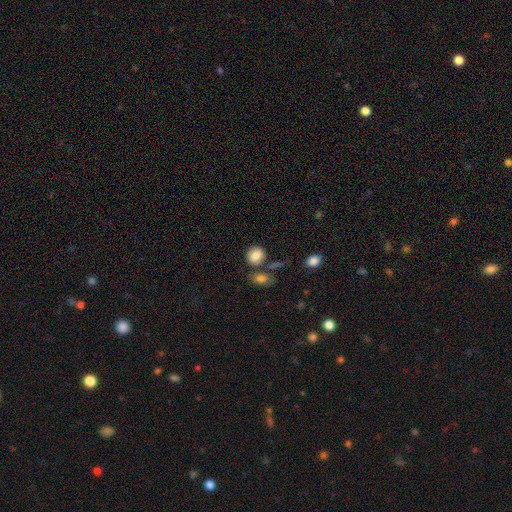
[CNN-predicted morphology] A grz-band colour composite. It shows a smooth galaxy with no disk features (85%) that is round (64%). Merging: none (67%).